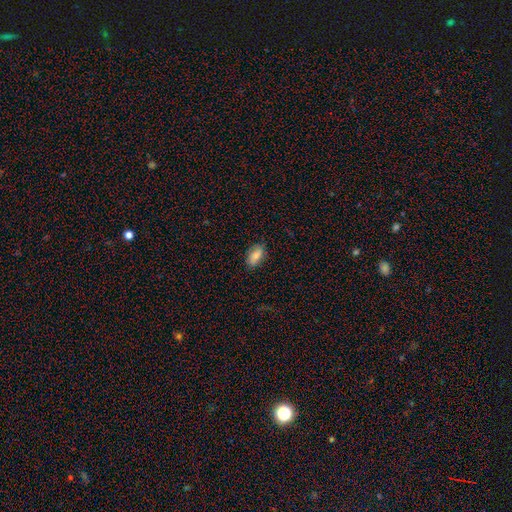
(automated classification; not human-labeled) Smooth or featured: smooth — 80% (featured or disk — 12%)
How rounded: in between — 91% (cigar-shaped — 5%)
Merging: none — 80% (minor disturbance — 16%)